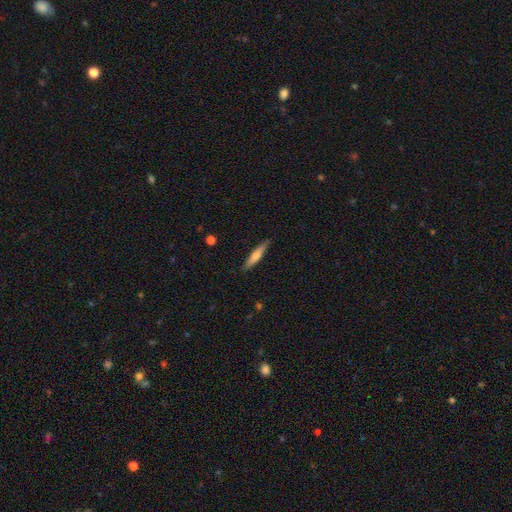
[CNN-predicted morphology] This is possibly a smooth galaxy (56%). How rounded: clearly cigar-shaped (88%). Merging: clearly none (87%).